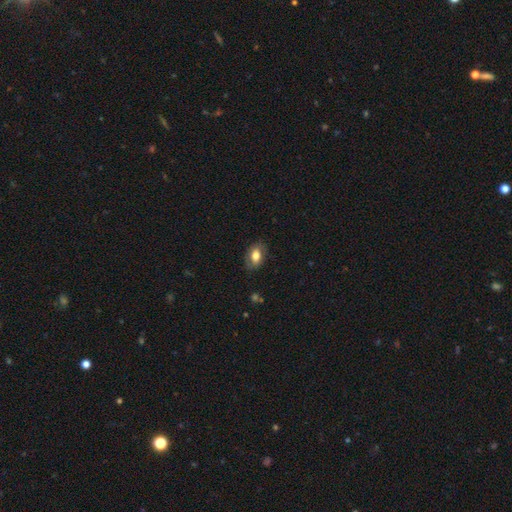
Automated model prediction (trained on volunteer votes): This appears to be a smooth galaxy with no disk features (67%) that is in between round and cigar-shaped (87%). Merging: none (79%).